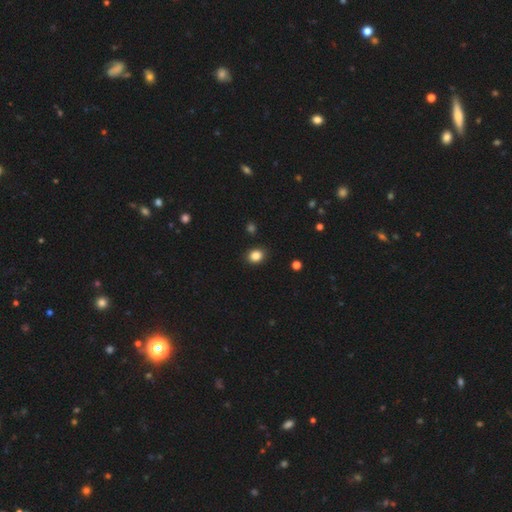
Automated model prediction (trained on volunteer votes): Morphology: type=smooth (85%); roundness=round (58%); merging=none (90%).